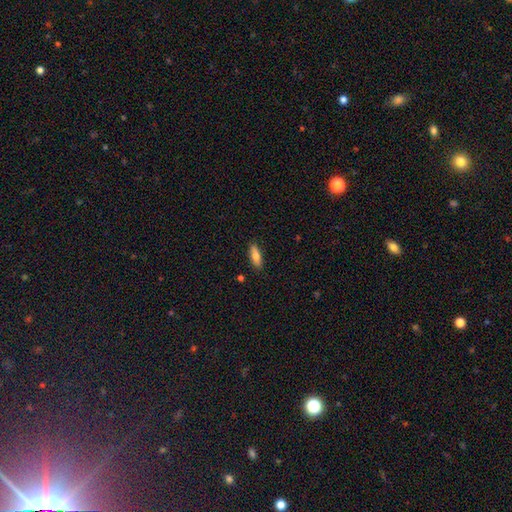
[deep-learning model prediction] A smooth galaxy with no disk features (79%) that is in between round and cigar-shaped (57%).

Vote fractions:
- Smooth or featured? smooth: 79% / featured or disk: 14% / star or artifact: 7%
- How rounded? in between: 57% / cigar-shaped: 41% / round: 2%
- Merging? none: 86% / minor disturbance: 10% / major disturbance: 2% / merger: 1%